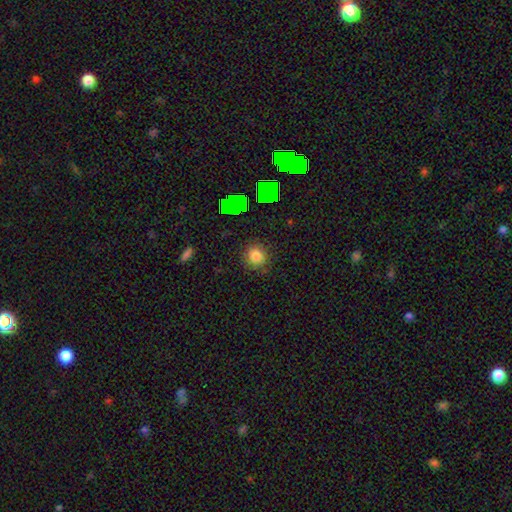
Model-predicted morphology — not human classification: smooth 77%, star or artifact 17%, featured or disk 6%. Down the decision tree: how rounded — round (90%); merging — none (86%).